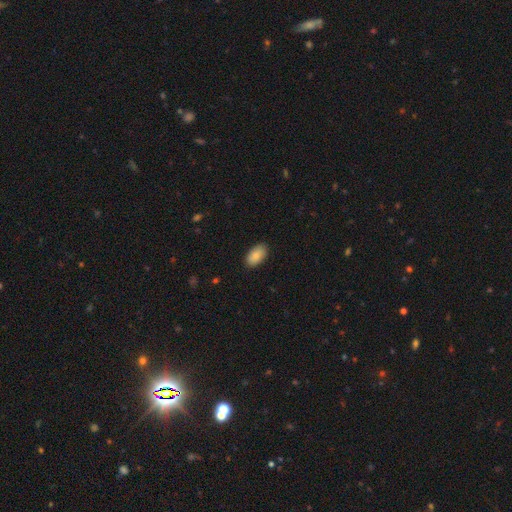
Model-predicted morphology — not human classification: Smooth or featured? Predicted: smooth (p=0.87). How rounded? Predicted: in between (p=0.94). Merging? Predicted: none (p=0.87).